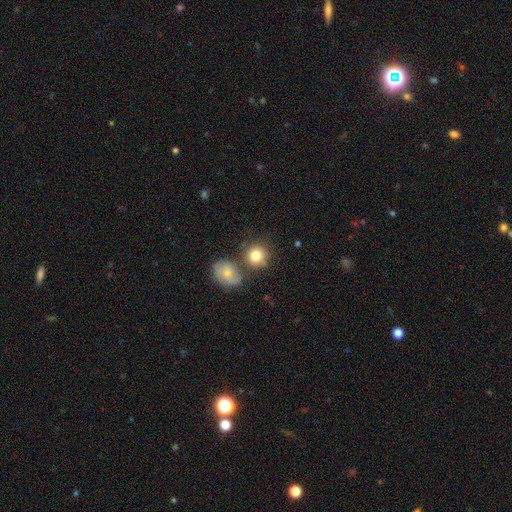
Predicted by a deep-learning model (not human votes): Morphology: type=smooth (79%); roundness=round (84%); merging=none (63%).